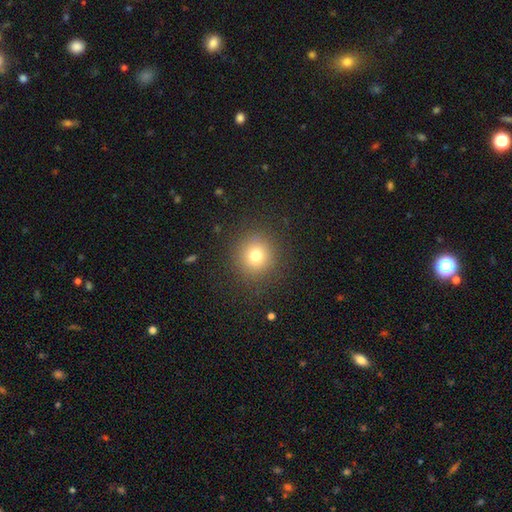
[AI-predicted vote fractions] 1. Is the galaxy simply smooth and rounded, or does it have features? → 76% smooth, 15% star or artifact, 10% featured or disk.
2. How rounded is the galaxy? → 92% round, 7% in between, 1% cigar-shaped.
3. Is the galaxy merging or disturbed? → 89% none, 7% minor disturbance, 4% major disturbance, 1% merger.